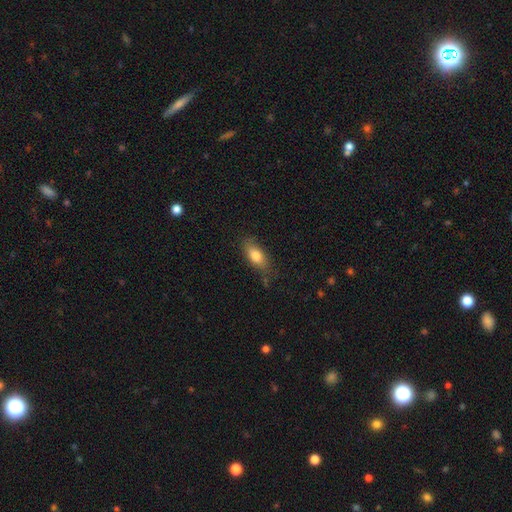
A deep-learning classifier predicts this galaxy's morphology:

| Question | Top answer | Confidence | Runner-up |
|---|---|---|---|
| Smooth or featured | smooth | 79% | featured or disk (14%) |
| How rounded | in between | 83% | cigar-shaped (12%) |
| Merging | none | 73% | minor disturbance (20%) |